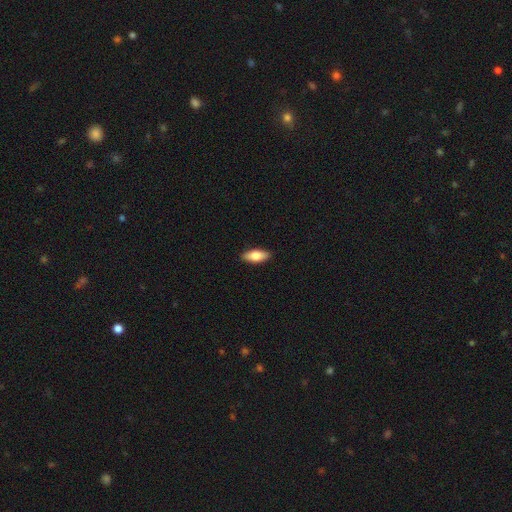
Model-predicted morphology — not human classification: type=smooth (76%); roundness=in between (80%); merging=none (90%).